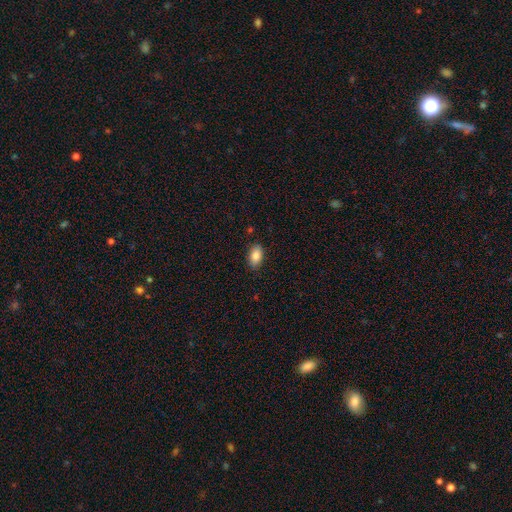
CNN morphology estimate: Smooth or featured?
  - smooth: 86% *
  - star or artifact: 7%
  - featured or disk: 6%
How rounded?
  - in between: 92% *
  - round: 5%
  - cigar-shaped: 3%
Merging?
  - none: 86% *
  - minor disturbance: 10%
  - major disturbance: 2%
  - merger: 1%